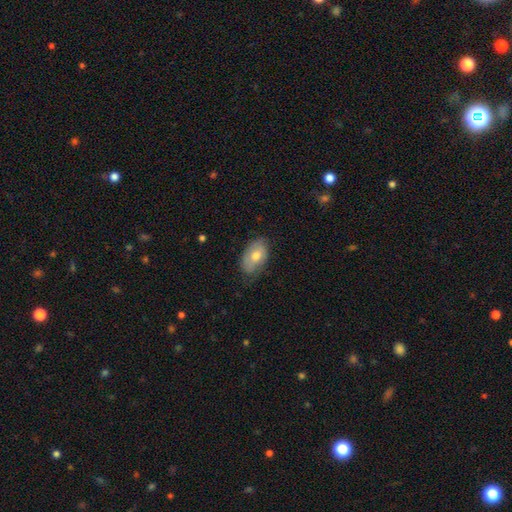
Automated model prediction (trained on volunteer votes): A smooth galaxy with no disk features (66%) that is in between round and cigar-shaped (92%).

Vote fractions:
- Smooth or featured? smooth: 66% / featured or disk: 27% / star or artifact: 7%
- How rounded? in between: 92% / round: 7% / cigar-shaped: 2%
- Merging? none: 73% / minor disturbance: 22% / major disturbance: 4% / merger: 1%